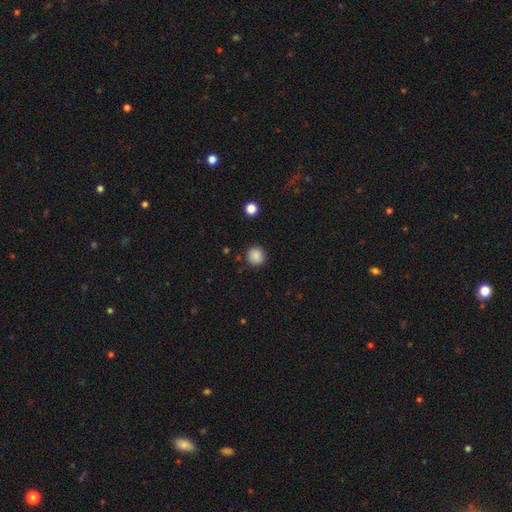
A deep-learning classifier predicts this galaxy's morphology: smooth-or-featured: smooth: 86% | star or artifact: 10% | featured or disk: 4%
  how-rounded: round: 92% | in between: 8% | cigar-shaped: 1%
  merging: none: 87% | minor disturbance: 9% | major disturbance: 3% | merger: 2%